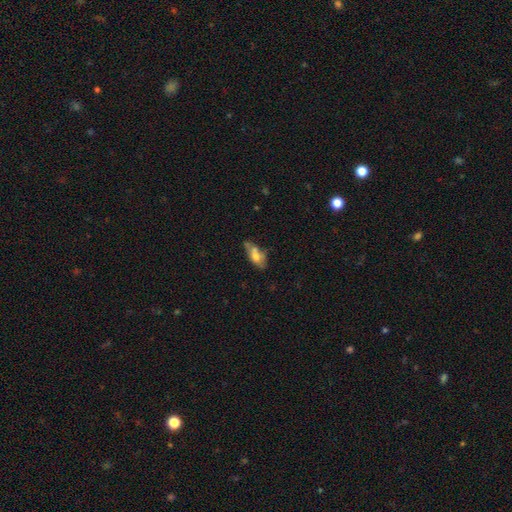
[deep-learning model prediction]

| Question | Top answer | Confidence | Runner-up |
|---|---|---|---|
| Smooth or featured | smooth | 58% | featured or disk (33%) |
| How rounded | in between | 79% | cigar-shaped (16%) |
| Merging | none | 40% | minor disturbance (26%) |